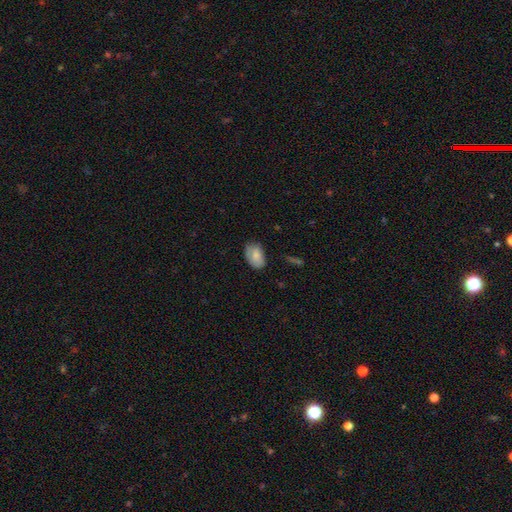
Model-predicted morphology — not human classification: smooth 81%, featured or disk 12%, star or artifact 7%. Down the decision tree: how rounded — in between (89%); merging — none (77%).